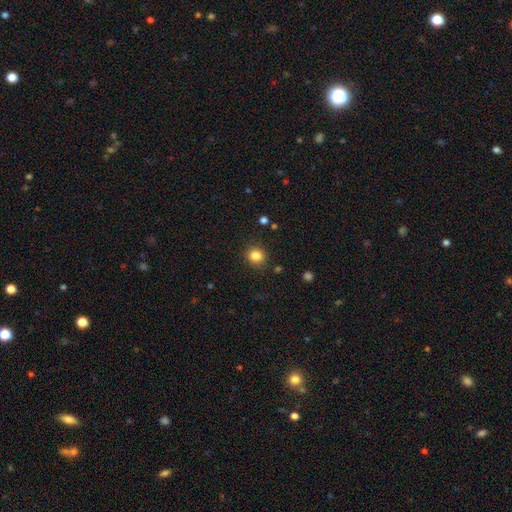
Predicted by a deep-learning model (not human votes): A smooth galaxy with no disk features (84%) that is round (80%).

Vote fractions:
- Smooth or featured? smooth: 84% / star or artifact: 11% / featured or disk: 5%
- How rounded? round: 80% / in between: 19% / cigar-shaped: 1%
- Merging? none: 88% / minor disturbance: 8% / major disturbance: 3% / merger: 2%